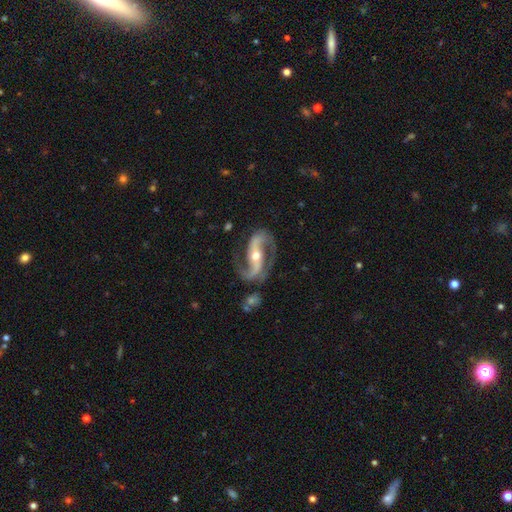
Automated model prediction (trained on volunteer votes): smooth-or-featured: featured or disk: 92% | star or artifact: 4% | smooth: 3%
  disk-edge-on: no: 97% | yes: 3%
    bar: strong: 51% | weak: 26% | no: 22%
    has-spiral-arms: yes: 98% | no: 2%
      spiral-winding: medium: 50% | loose: 37% | tight: 13%
      spiral-arm-count: 2: 94% | 1: 2% | can't tell: 1% | 3: 1% | 4: 1% | more than 4: 1%
    bulge-size: moderate: 63% | small: 32% | large: 3% | none: 1% | dominant: 1%
  merging: none: 77% | minor disturbance: 14% | major disturbance: 7% | merger: 2%